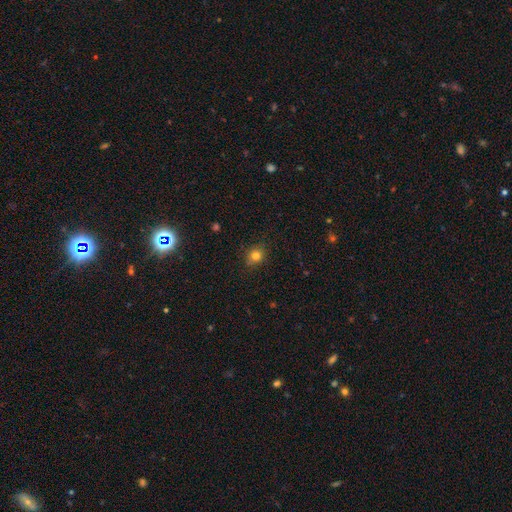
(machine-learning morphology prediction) smooth_or_featured: smooth (p=0.80) [alt: star or artifact p=0.13]
how_rounded: round (p=0.74) [alt: in between p=0.25]
merging: none (p=0.84) [alt: minor disturbance p=0.12]